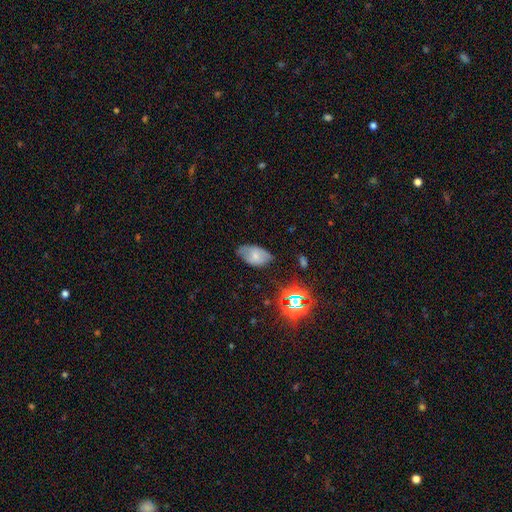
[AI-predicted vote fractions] This is likely a smooth galaxy (61%). How rounded: clearly in between (91%). Merging: possibly none (58%).